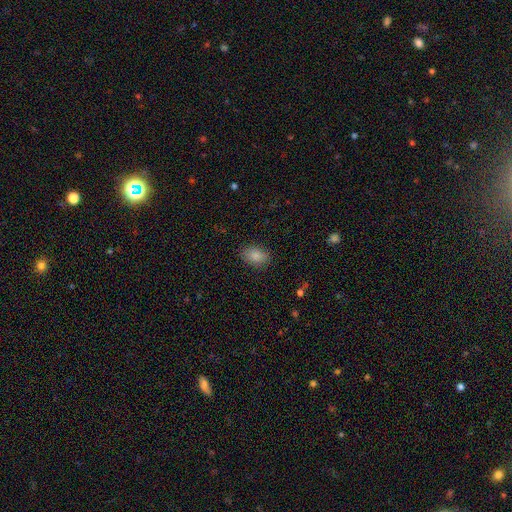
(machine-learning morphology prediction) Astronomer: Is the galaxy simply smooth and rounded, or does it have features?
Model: smooth — 86%.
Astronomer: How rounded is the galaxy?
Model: in between — 86%.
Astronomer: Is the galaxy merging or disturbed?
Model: none — 86%.